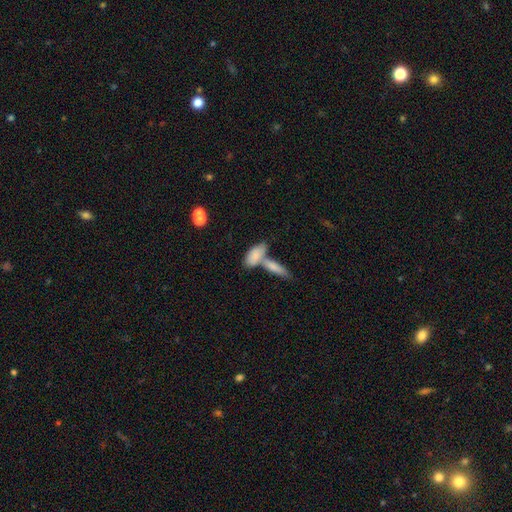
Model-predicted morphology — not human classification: smooth-or-featured: smooth: 79% | featured or disk: 14% | star or artifact: 6%
  how-rounded: in between: 77% | cigar-shaped: 20% | round: 3%
  merging: merger: 51% | none: 35% | minor disturbance: 10% | major disturbance: 4%